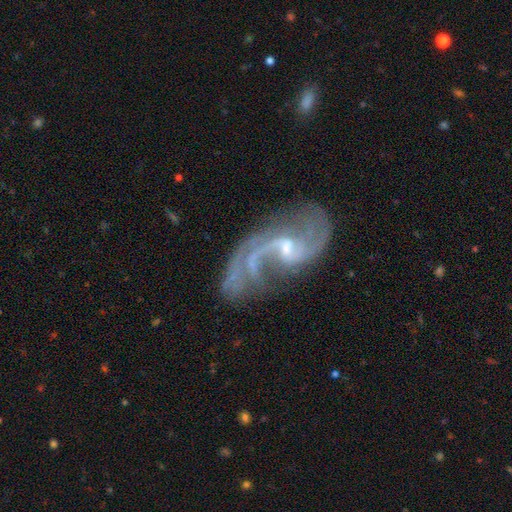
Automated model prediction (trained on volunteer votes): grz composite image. It shows a featured or disk galaxy (87%) with a weak bar (49%), 2 (71%) loose (54%) spiral arms (95%) and a small central bulge (60%). Merging: none (53%).